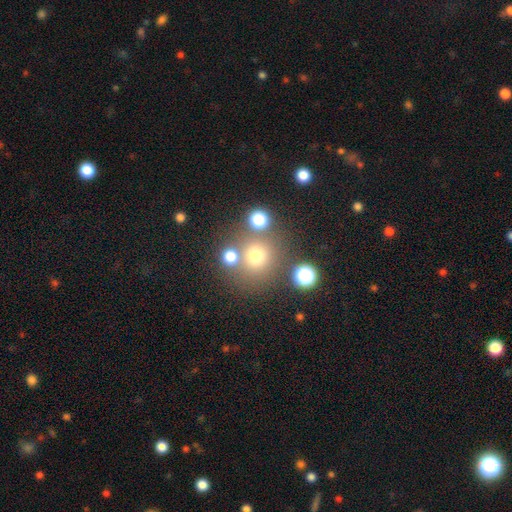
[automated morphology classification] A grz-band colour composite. It shows a smooth galaxy with no disk features (69%) that is round (91%). Merging: none (71%).